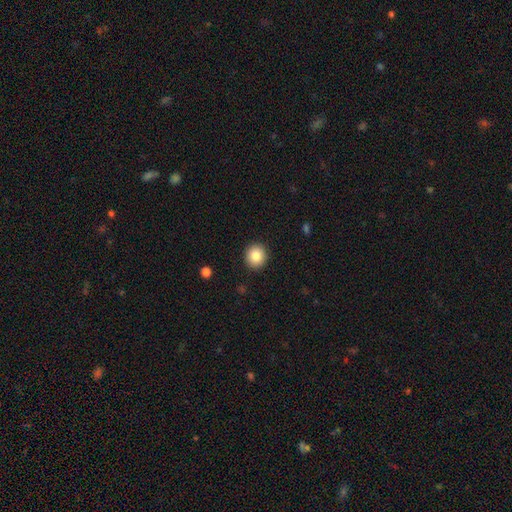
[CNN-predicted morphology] smooth_or_featured: smooth (p=0.84) [alt: star or artifact p=0.09]
how_rounded: round (p=0.90) [alt: in between p=0.09]
merging: none (p=0.92) [alt: minor disturbance p=0.06]